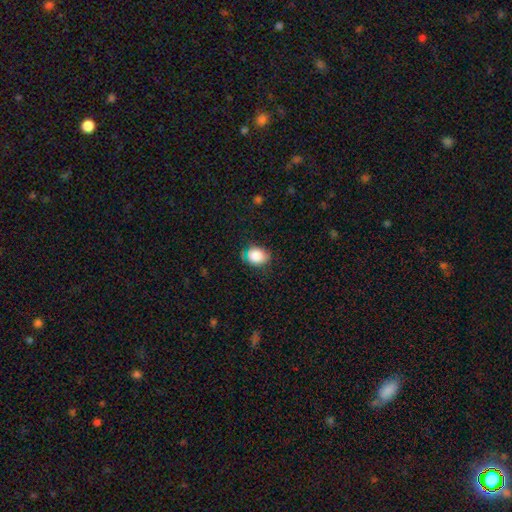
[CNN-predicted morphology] The model was most divided on "how rounded": round: 52%, in between: 47%, cigar-shaped: 1%. More confident: smooth or featured — smooth (84%); merging — none (74%).